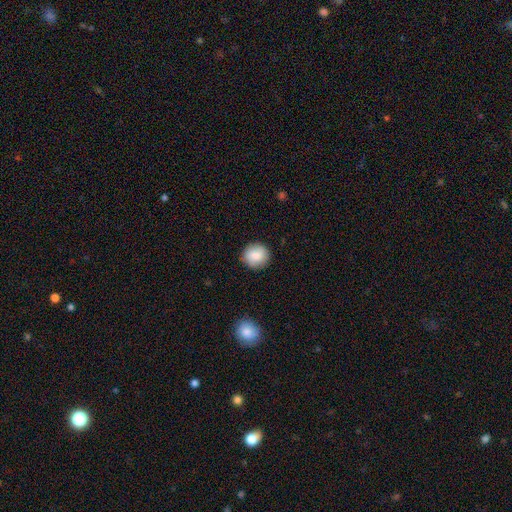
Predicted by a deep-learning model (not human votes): A smooth galaxy with no disk features (83%) that is round (91%).

Vote fractions:
- Smooth or featured? smooth: 83% / featured or disk: 10% / star or artifact: 7%
- How rounded? round: 91% / in between: 8% / cigar-shaped: 1%
- Merging? none: 90% / minor disturbance: 7% / major disturbance: 2% / merger: 1%